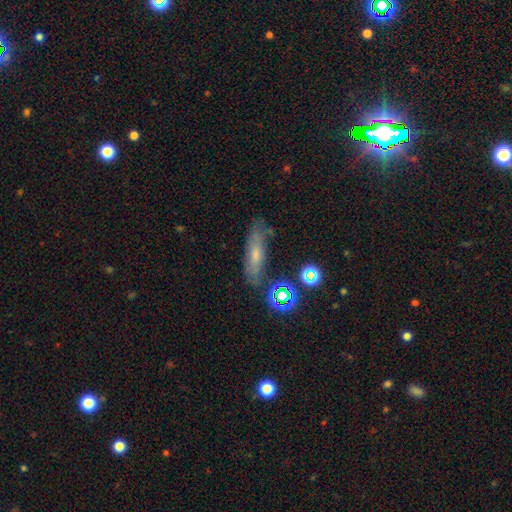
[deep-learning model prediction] Q: Smooth or featured?
A: smooth (57%); runner-up: featured or disk (29%)
Q: How rounded?
A: cigar-shaped (53%); runner-up: in between (42%)
Q: Merging?
A: none (70%); runner-up: minor disturbance (19%)